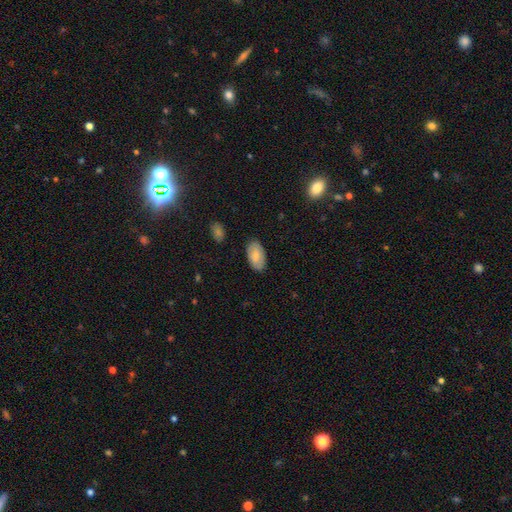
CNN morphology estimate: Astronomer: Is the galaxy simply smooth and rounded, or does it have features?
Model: smooth — 78%.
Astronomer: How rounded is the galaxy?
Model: in between — 95%.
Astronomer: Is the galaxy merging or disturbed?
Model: none — 85%.